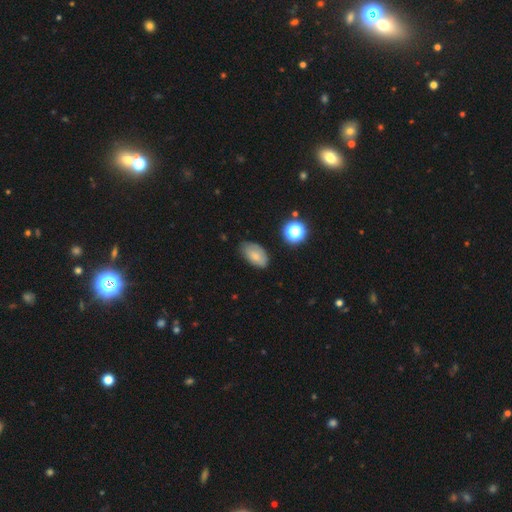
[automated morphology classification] Overall: smooth (72%). How rounded: in between (91%). Merging: none (71%).